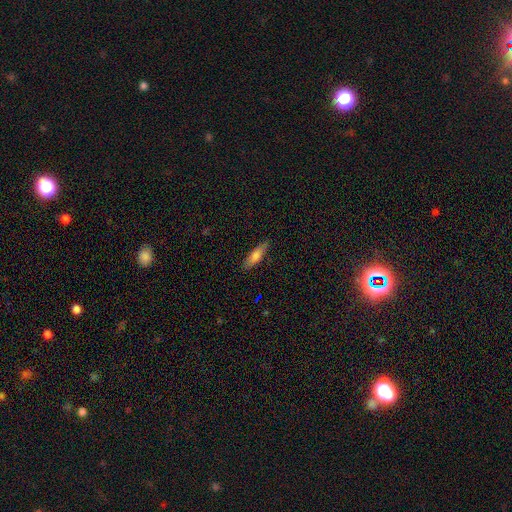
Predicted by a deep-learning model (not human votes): Smooth or featured? smooth (71%)
How rounded? cigar-shaped (60%)
Merging? none (86%)